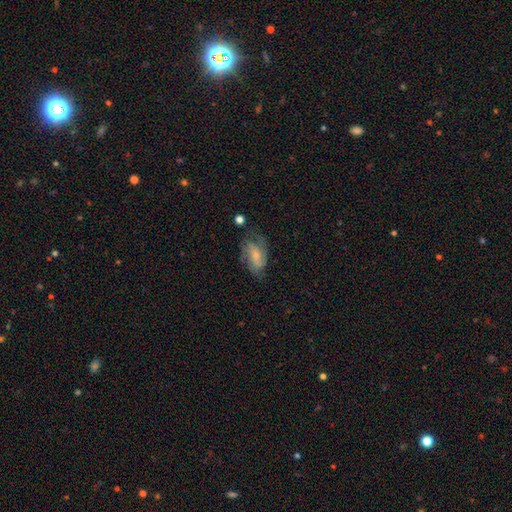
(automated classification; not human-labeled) The model was most divided on "bar": no: 48%, weak: 40%, strong: 12%. Remaining: edge-on disk — no (95%); spiral arms — yes (86%); smooth or featured — featured or disk (62%); merging — none (58%); bulge size — small (53%); spiral winding — medium (46%); spiral arm count — 2 (45%).